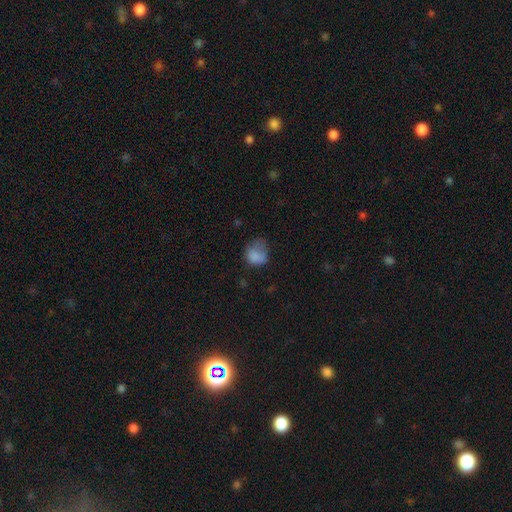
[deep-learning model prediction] Smooth or featured?
  - smooth: 79% *
  - star or artifact: 11%
  - featured or disk: 10%
How rounded?
  - round: 55% *
  - in between: 44%
  - cigar-shaped: 1%
Merging?
  - none: 35% *
  - minor disturbance: 34%
  - major disturbance: 29%
  - merger: 3%